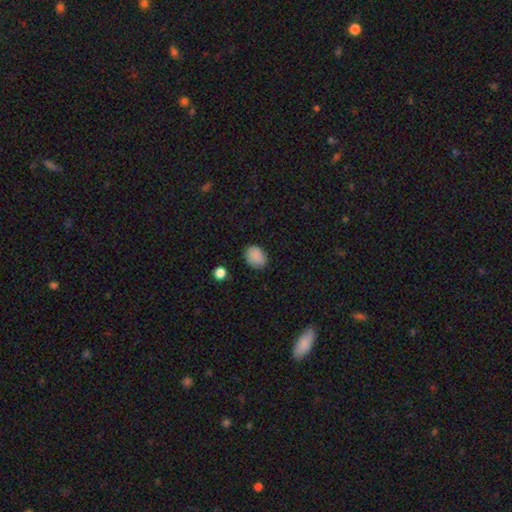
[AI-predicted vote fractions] Q: Smooth or featured?
A: smooth (86%); runner-up: star or artifact (9%)
Q: How rounded?
A: in between (58%); runner-up: round (41%)
Q: Merging?
A: none (80%); runner-up: minor disturbance (16%)